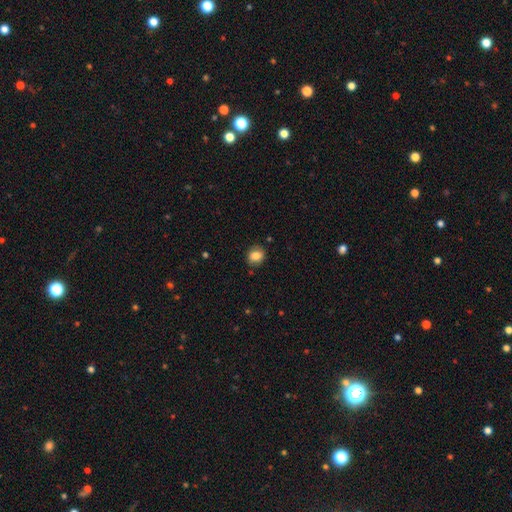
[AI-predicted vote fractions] smooth-or-featured: smooth: 82% | star or artifact: 9% | featured or disk: 8%
  how-rounded: round: 64% | in between: 35% | cigar-shaped: 1%
  merging: none: 83% | minor disturbance: 13% | major disturbance: 3% | merger: 2%